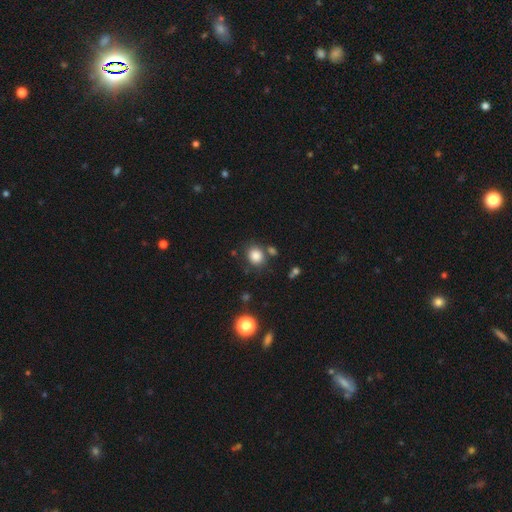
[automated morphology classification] type=smooth (84%); roundness=round (70%); merging=none (76%).